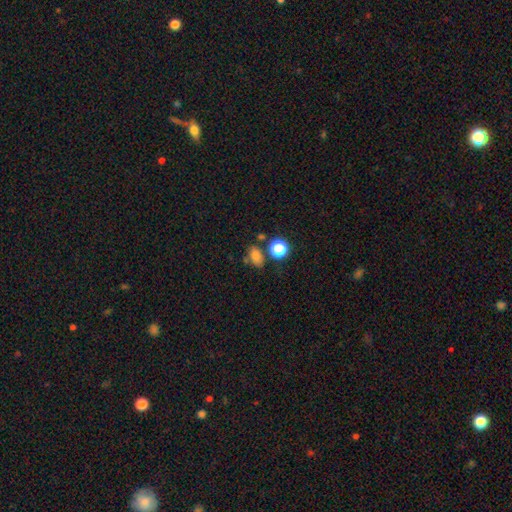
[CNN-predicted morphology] Q: Smooth or featured?
A: smooth (75%); runner-up: star or artifact (16%)
Q: How rounded?
A: in between (74%); runner-up: round (24%)
Q: Merging?
A: none (68%); runner-up: minor disturbance (15%)